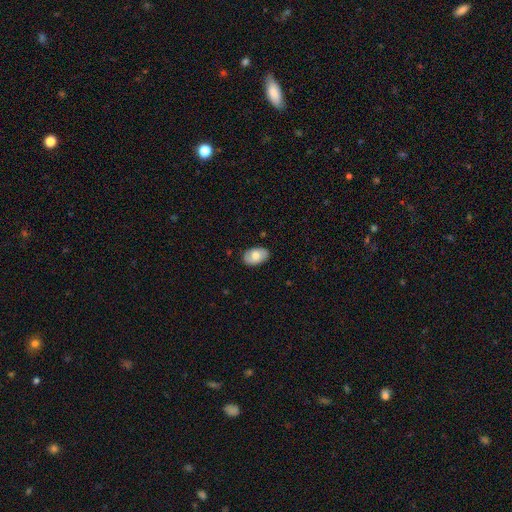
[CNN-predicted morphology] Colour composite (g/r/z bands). It shows a smooth galaxy with no disk features (70%) that is in between round and cigar-shaped (91%). Merging: none (86%).